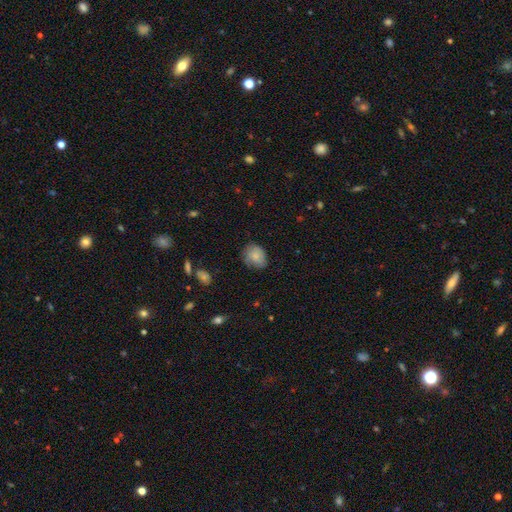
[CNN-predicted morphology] type=smooth (80%); roundness=in between (56%); merging=none (64%).